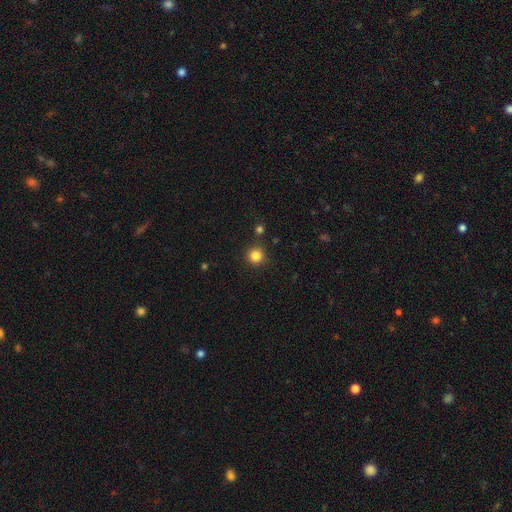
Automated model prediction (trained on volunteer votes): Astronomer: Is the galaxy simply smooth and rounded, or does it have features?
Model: smooth — 84%.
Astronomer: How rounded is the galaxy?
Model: round — 95%.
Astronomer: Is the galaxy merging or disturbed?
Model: none — 87%.